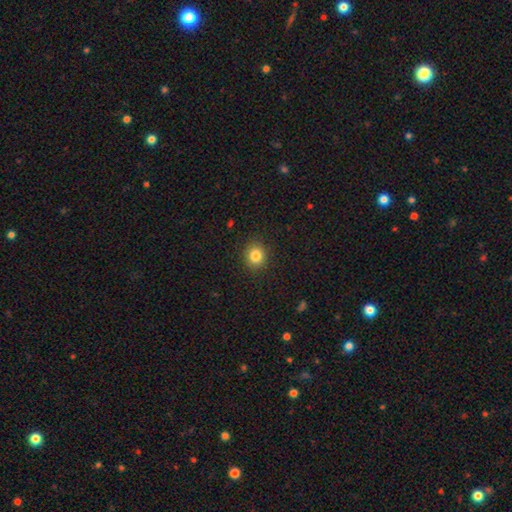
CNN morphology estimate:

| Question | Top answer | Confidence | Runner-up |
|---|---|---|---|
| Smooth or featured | smooth | 83% | star or artifact (11%) |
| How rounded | round | 81% | in between (18%) |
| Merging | none | 90% | minor disturbance (7%) |